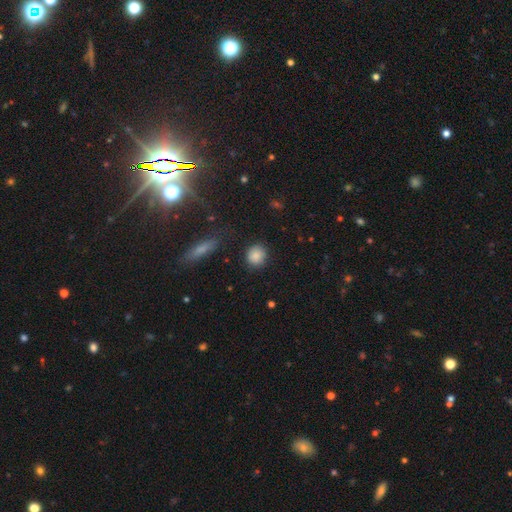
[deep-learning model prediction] Overall: smooth (86%). How rounded: round (82%). Merging: none (83%).